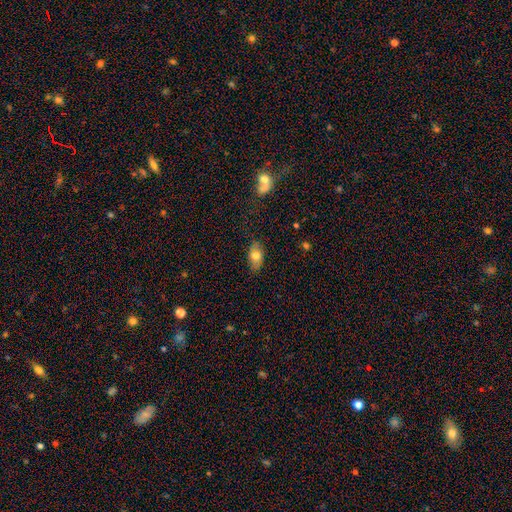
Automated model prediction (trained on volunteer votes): Smooth or featured?
  - smooth: 74% *
  - featured or disk: 18%
  - star or artifact: 8%
How rounded?
  - in between: 89% *
  - round: 7%
  - cigar-shaped: 3%
Merging?
  - none: 82% *
  - minor disturbance: 14%
  - major disturbance: 3%
  - merger: 1%